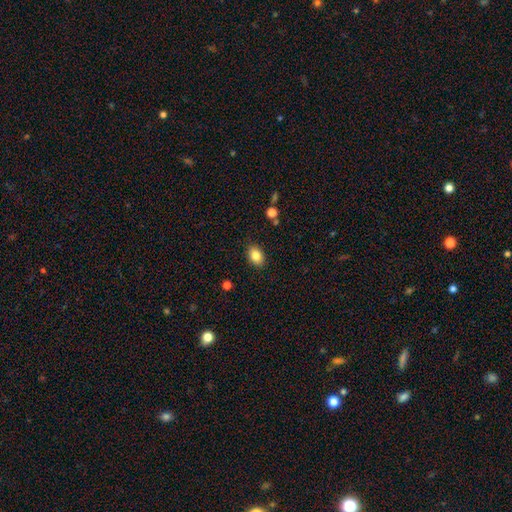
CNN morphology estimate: Q: Smooth or featured?
A: smooth (83%); runner-up: star or artifact (9%)
Q: How rounded?
A: in between (83%); runner-up: round (16%)
Q: Merging?
A: none (88%); runner-up: minor disturbance (9%)